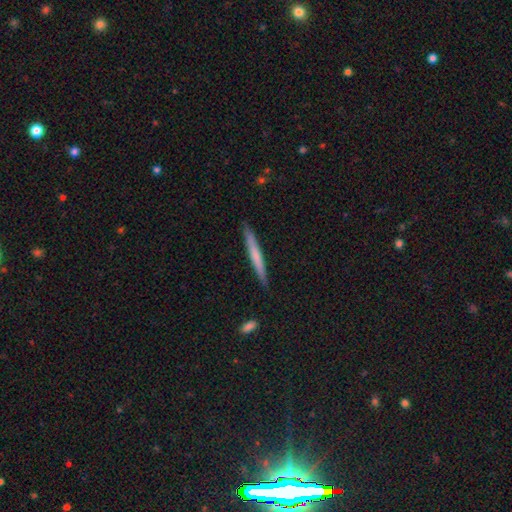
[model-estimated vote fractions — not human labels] A smooth galaxy with no disk features (59%) that is cigar-shaped (97%).

Vote fractions:
- Smooth or featured? smooth: 59% / featured or disk: 36% / star or artifact: 5%
- How rounded? cigar-shaped: 97% / in between: 2% / round: 1%
- Merging? none: 90% / minor disturbance: 7% / major disturbance: 1% / merger: 1%